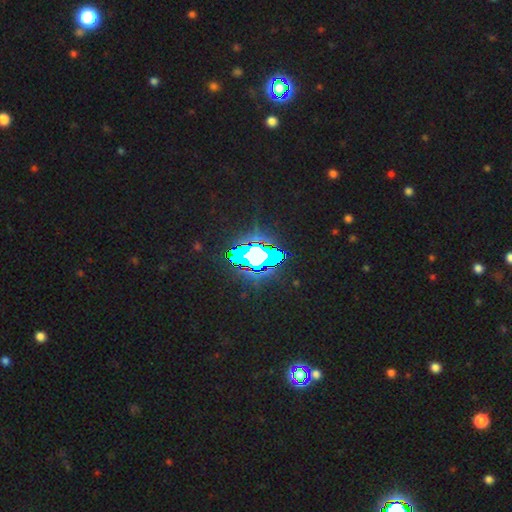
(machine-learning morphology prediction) This appears to be a star or artifact, not a galaxy (65%).